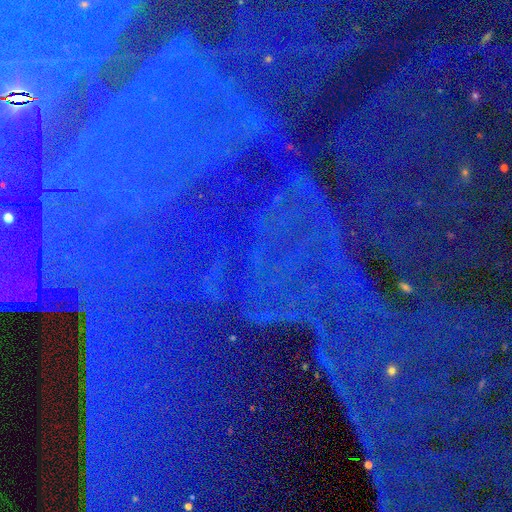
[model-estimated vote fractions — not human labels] Q: Smooth or featured?
A: star or artifact (87%); runner-up: featured or disk (7%)